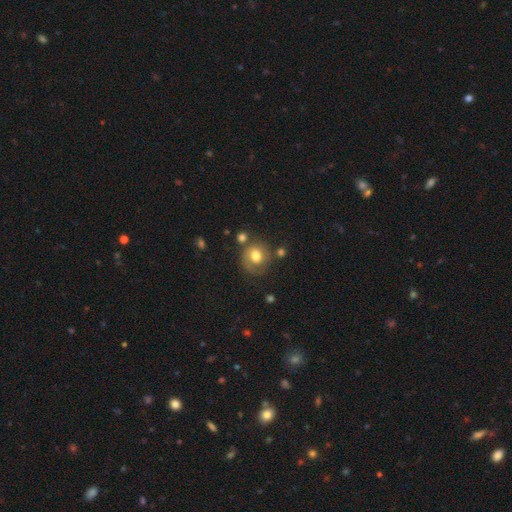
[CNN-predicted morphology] Q: Smooth or featured?
A: smooth (66%); runner-up: featured or disk (24%)
Q: How rounded?
A: round (81%); runner-up: in between (18%)
Q: Merging?
A: none (61%); runner-up: minor disturbance (20%)